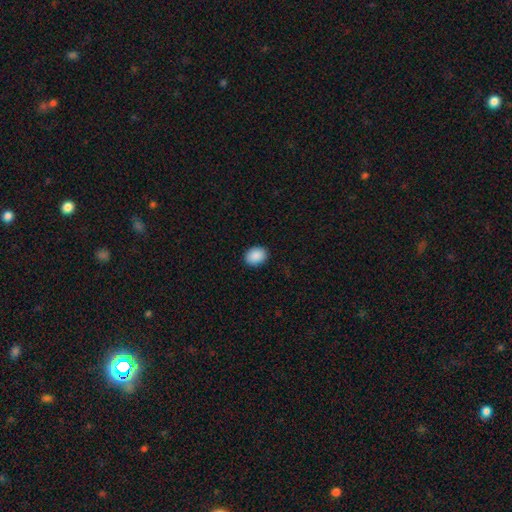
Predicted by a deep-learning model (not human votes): Smooth or featured: smooth — 90% (star or artifact — 7%)
How rounded: in between — 62% (round — 38%)
Merging: none — 90% (minor disturbance — 7%)